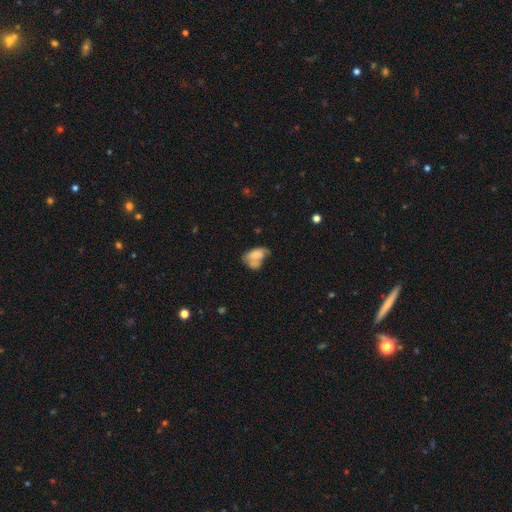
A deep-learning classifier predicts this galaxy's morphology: type=smooth (68%); roundness=in between (86%); merging=merger (41%).